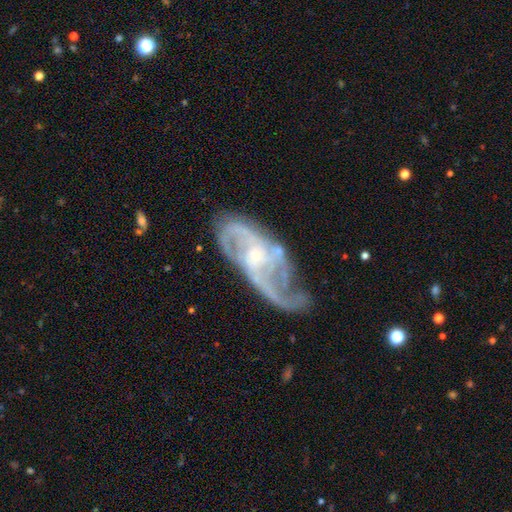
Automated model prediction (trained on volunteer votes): Smooth or featured? Predicted: featured or disk (p=0.87). Edge-on disk? Predicted: no (p=0.95). Bar? Predicted: no (p=0.61). Spiral arms? Predicted: yes (p=0.94). Spiral winding? Predicted: medium (p=0.46). Spiral arm count? Predicted: 2 (p=0.47). Bulge size? Predicted: small (p=0.74). Merging? Predicted: none (p=0.54).